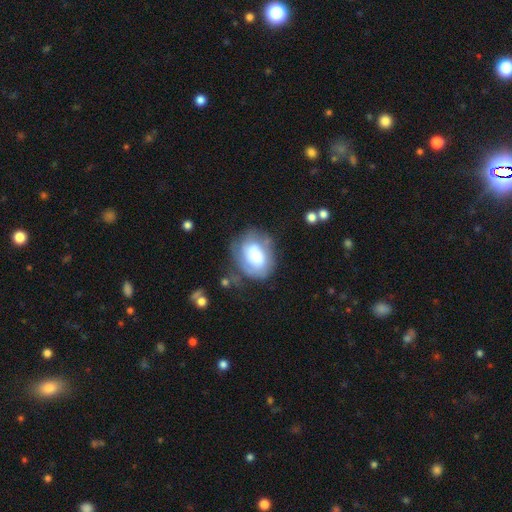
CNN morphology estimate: This appears to be a smooth galaxy with no disk features (52%) that is in between round and cigar-shaped (62%). Merging: none (51%).